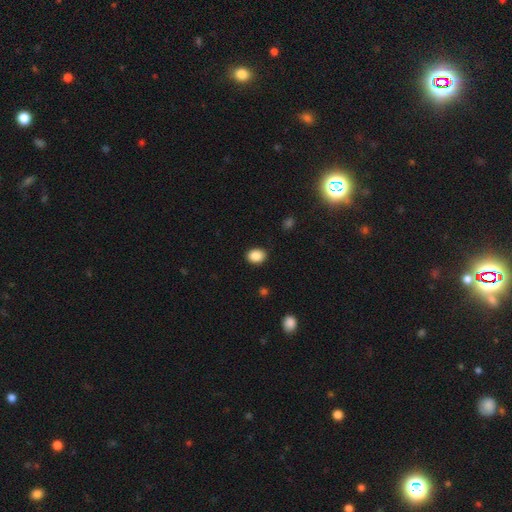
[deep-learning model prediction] A smooth galaxy with no disk features (88%) that is in between round and cigar-shaped (58%).

Vote fractions:
- Smooth or featured? smooth: 88% / star or artifact: 8% / featured or disk: 3%
- How rounded? in between: 58% / round: 41% / cigar-shaped: 1%
- Merging? none: 87% / minor disturbance: 10% / major disturbance: 2% / merger: 1%